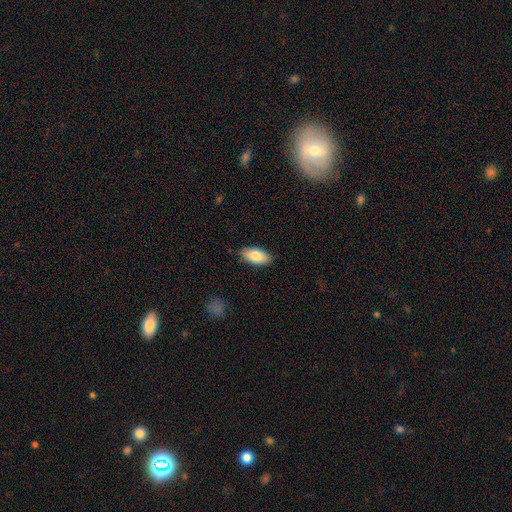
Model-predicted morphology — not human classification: This is clearly a smooth galaxy (82%). How rounded: clearly in between (91%). Merging: clearly none (87%).